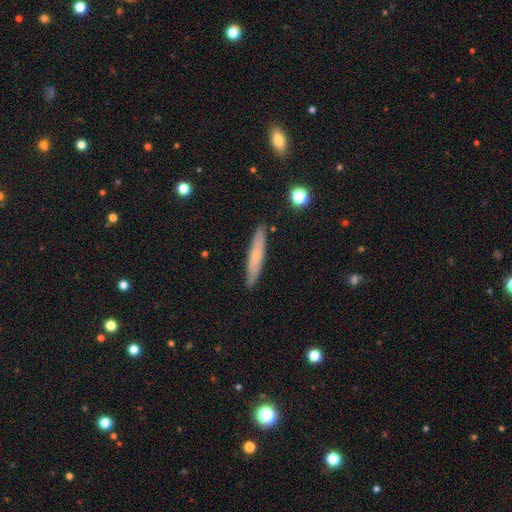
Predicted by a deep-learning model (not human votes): Smooth or featured?
  - smooth: 64% *
  - featured or disk: 29%
  - star or artifact: 7%
How rounded?
  - cigar-shaped: 93% *
  - in between: 6%
  - round: 1%
Merging?
  - none: 89% *
  - minor disturbance: 8%
  - major disturbance: 1%
  - merger: 1%